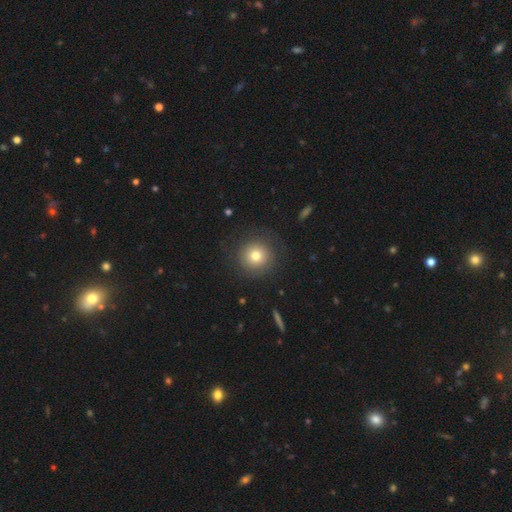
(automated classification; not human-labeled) The model was most divided on "smooth or featured": smooth: 73%, featured or disk: 16%, star or artifact: 11%. More confident: how rounded — round (95%); merging — none (82%).